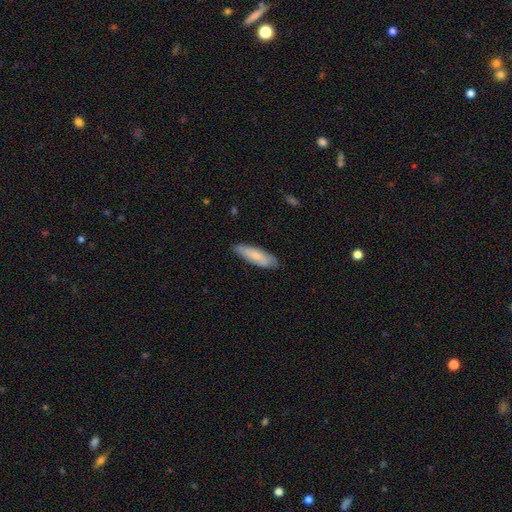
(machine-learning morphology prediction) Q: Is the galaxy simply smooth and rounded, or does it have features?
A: smooth — 70%.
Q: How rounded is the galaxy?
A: cigar-shaped — 59%.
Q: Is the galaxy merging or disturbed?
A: none — 80%.